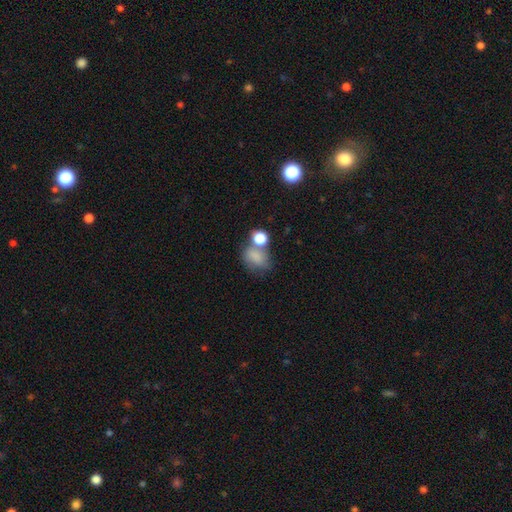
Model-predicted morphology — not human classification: The model was most divided on "merging": none: 40%, merger: 32%, minor disturbance: 17%, major disturbance: 11%. More confident: smooth or featured — smooth (78%); how rounded — in between (64%).